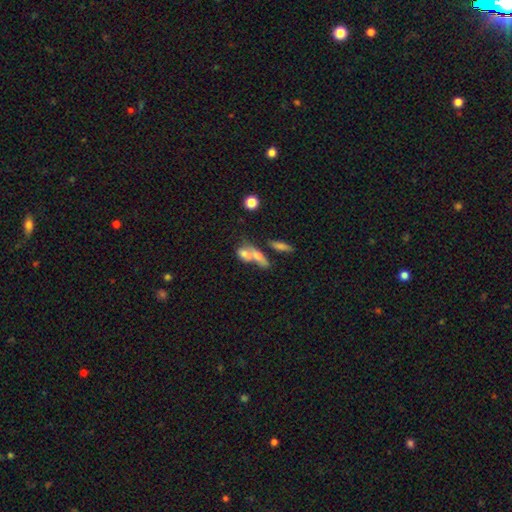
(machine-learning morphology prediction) Overall: smooth (62%; featured or disk 27%). How rounded: in between (61%; round 22%). Merging: merger (59%; none 23%).